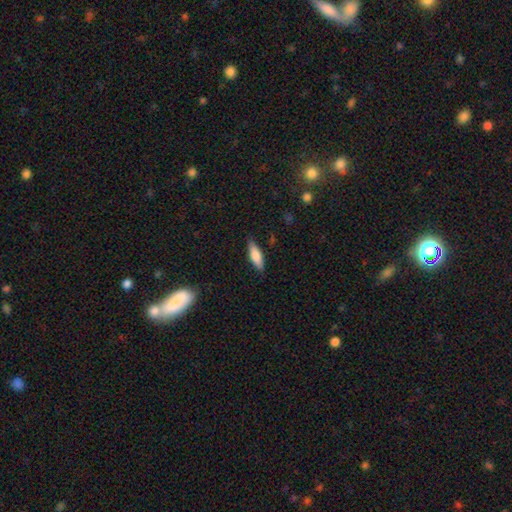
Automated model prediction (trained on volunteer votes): The model was most divided on "how rounded": in between: 54%, cigar-shaped: 44%, round: 2%. More confident: merging — none (84%); smooth or featured — smooth (77%).